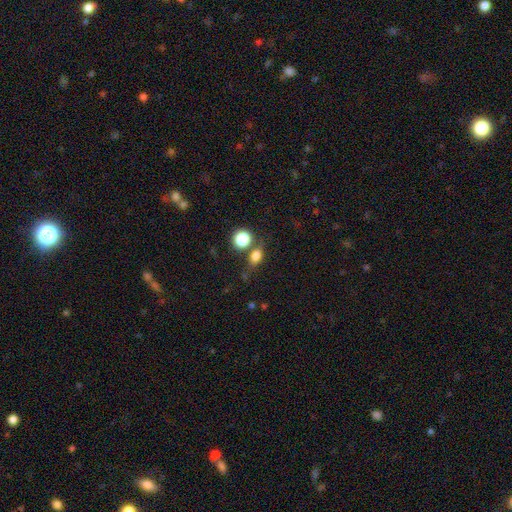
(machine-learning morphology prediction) smooth 75%, star or artifact 14%, featured or disk 11%. Down the decision tree: how rounded — in between (56%); merging — none (61%).